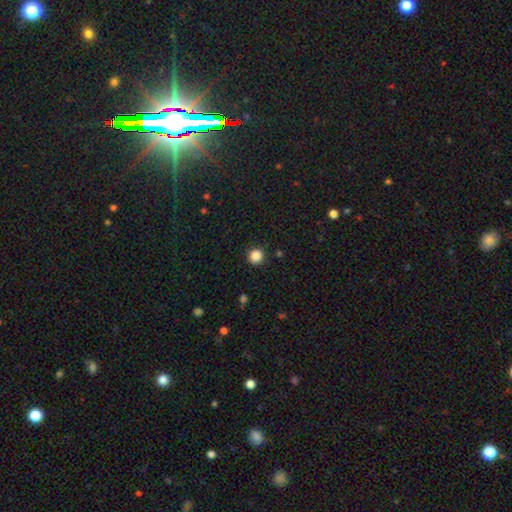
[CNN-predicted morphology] A smooth galaxy with no disk features (86%) that is round (92%). Merging: none (91%).